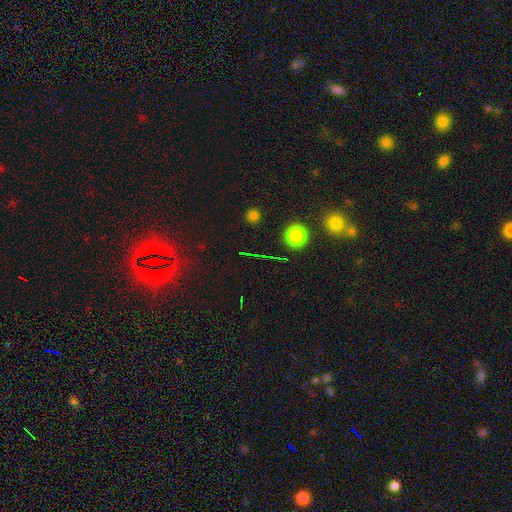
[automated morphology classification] smooth_or_featured: star or artifact (p=0.62) [alt: smooth p=0.28]